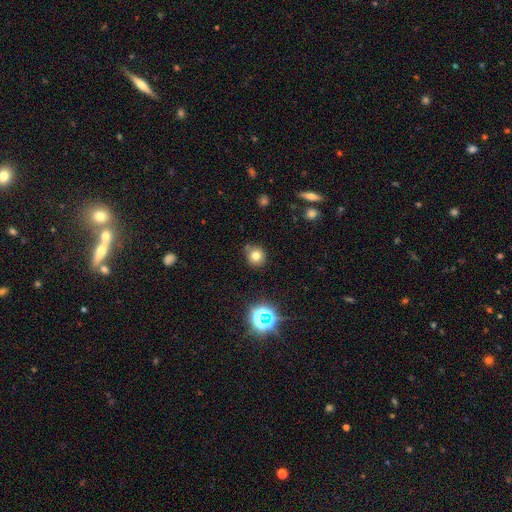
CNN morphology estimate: This is likely a smooth galaxy (74%). How rounded: clearly round (87%). Merging: likely none (79%).